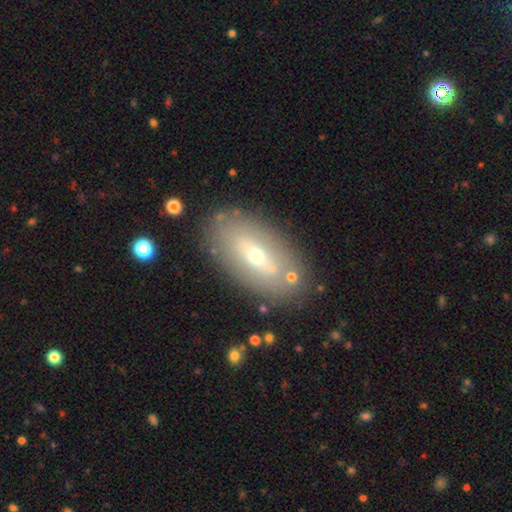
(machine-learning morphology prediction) smooth 48%, featured or disk 42%, star or artifact 10%. Down the decision tree: merging — none (82%).